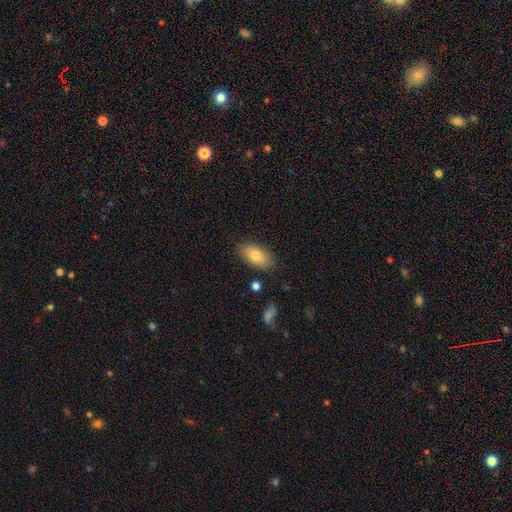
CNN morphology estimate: The model was most divided on "smooth or featured": smooth: 78%, featured or disk: 14%, star or artifact: 7%. More confident: how rounded — in between (92%); merging — none (82%).